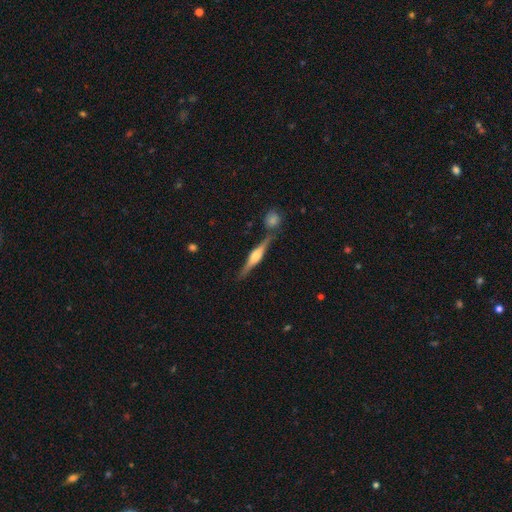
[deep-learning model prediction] A featured or disk galaxy (77%) viewed edge-on (98%) with a rounded central bulge (83%). Merging: none (80%).